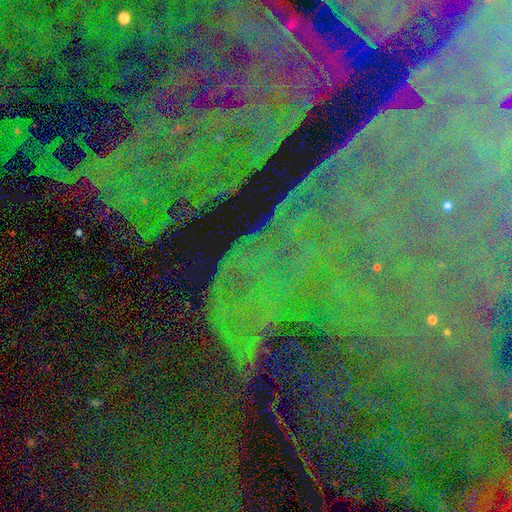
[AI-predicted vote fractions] Overall: star or artifact (85%).